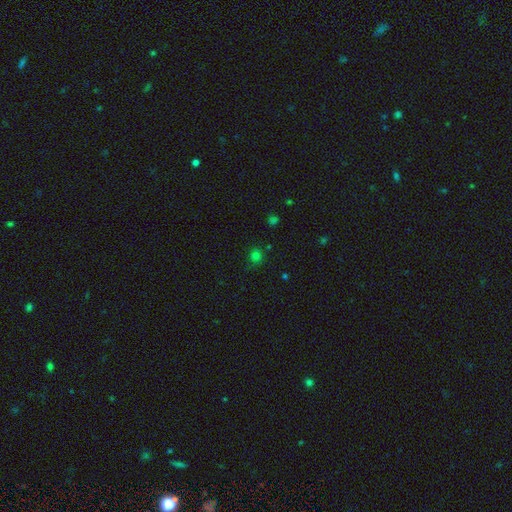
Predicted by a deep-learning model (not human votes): This is likely a smooth galaxy (74%). How rounded: clearly round (88%). Merging: clearly none (83%).